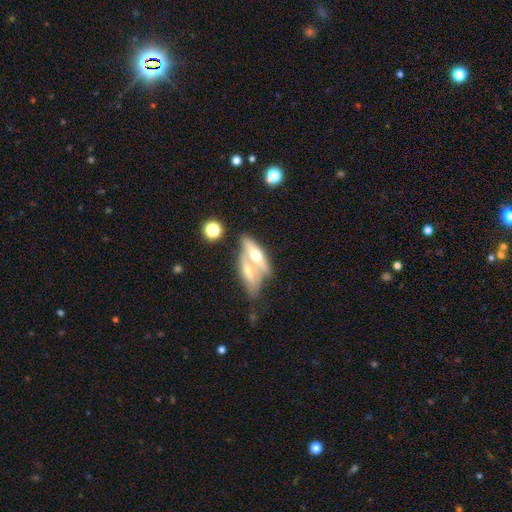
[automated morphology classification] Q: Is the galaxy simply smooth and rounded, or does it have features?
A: featured or disk — 54%.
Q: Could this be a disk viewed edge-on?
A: yes — 64%.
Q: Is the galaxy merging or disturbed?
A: merger — 64%.